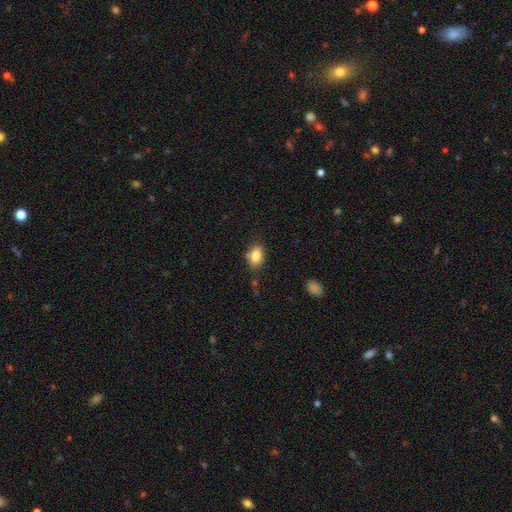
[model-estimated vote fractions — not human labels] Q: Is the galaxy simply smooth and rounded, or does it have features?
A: smooth — 82%.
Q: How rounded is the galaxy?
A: in between — 85%.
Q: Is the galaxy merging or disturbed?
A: none — 70%.